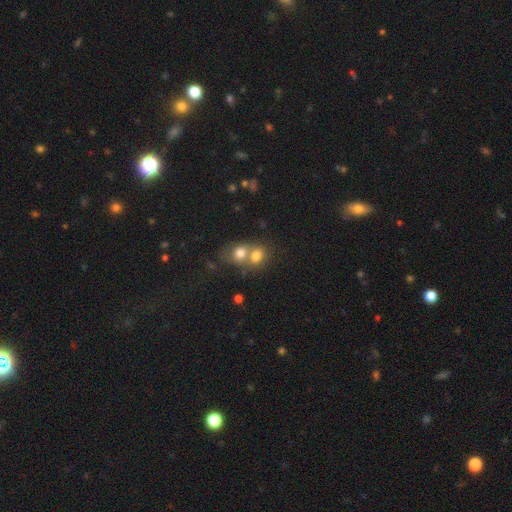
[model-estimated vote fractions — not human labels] This is likely a smooth galaxy (74%). How rounded: likely round (65%). Merging: likely merger (65%).